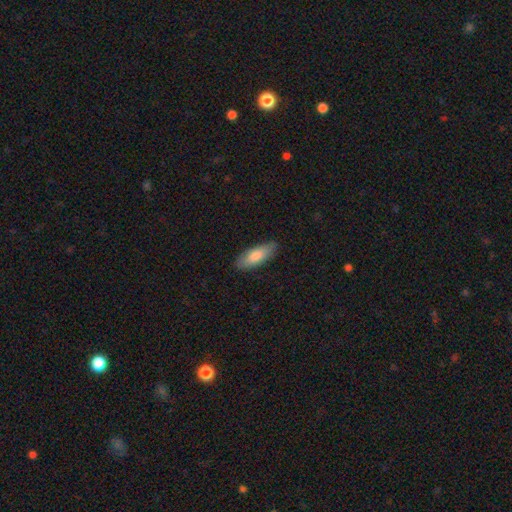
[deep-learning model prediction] Smooth or featured: smooth — 81% (featured or disk — 14%)
How rounded: in between — 67% (cigar-shaped — 31%)
Merging: none — 85% (minor disturbance — 12%)